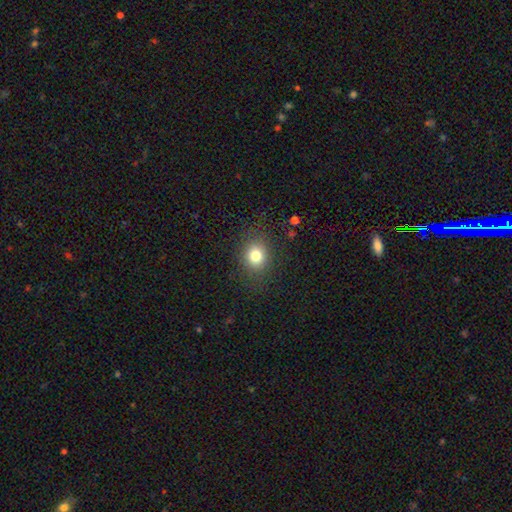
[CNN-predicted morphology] A smooth galaxy with no disk features (79%) that is round (67%). Merging: none (86%).